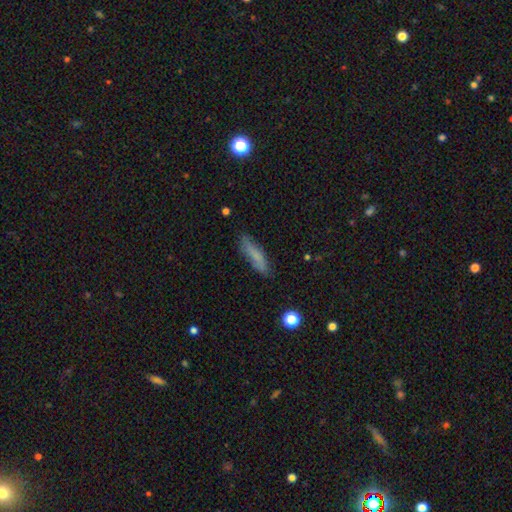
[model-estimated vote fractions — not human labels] Smooth or featured? smooth (68%)
How rounded? cigar-shaped (72%)
Merging? none (79%)